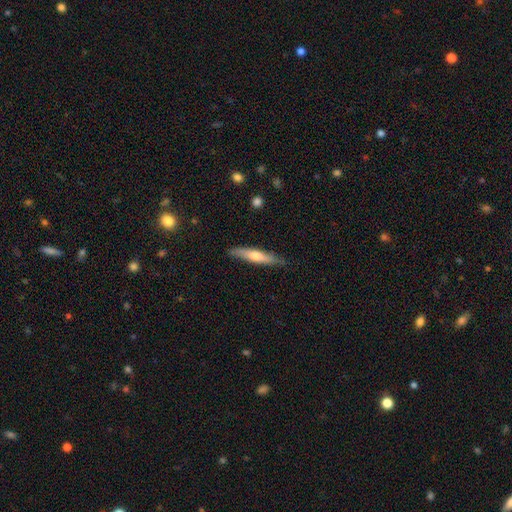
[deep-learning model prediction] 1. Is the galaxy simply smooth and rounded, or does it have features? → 52% smooth, 42% featured or disk, 6% star or artifact.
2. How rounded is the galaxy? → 89% cigar-shaped, 10% in between, 1% round.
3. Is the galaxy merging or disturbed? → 83% none, 14% minor disturbance, 2% major disturbance, 1% merger.